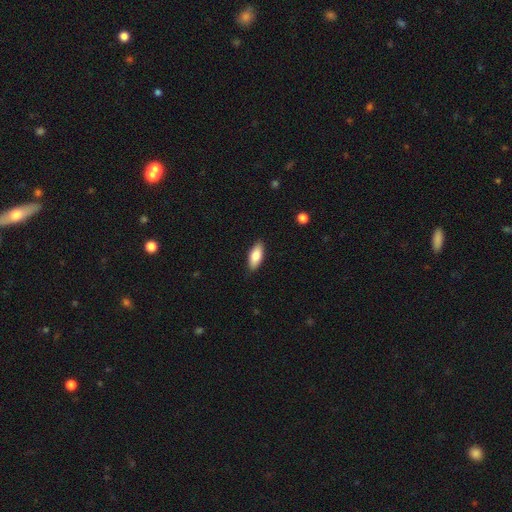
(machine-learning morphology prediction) smooth-or-featured: smooth: 81% | featured or disk: 13% | star or artifact: 6%
  how-rounded: in between: 81% | cigar-shaped: 17% | round: 2%
  merging: none: 87% | minor disturbance: 10% | major disturbance: 2% | merger: 1%